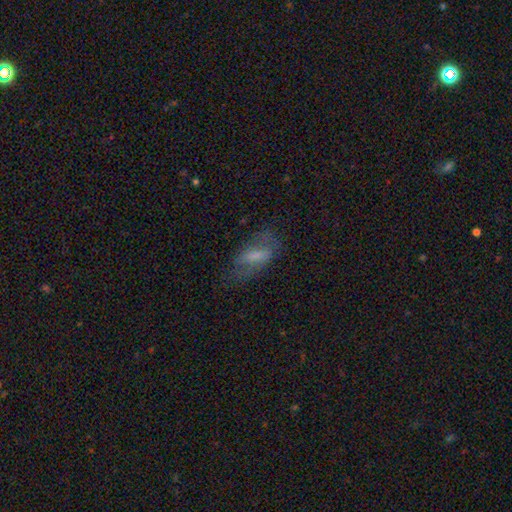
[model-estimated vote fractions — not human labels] smooth 48%, featured or disk 42%, star or artifact 10%. Down the decision tree: merging — none (58%).